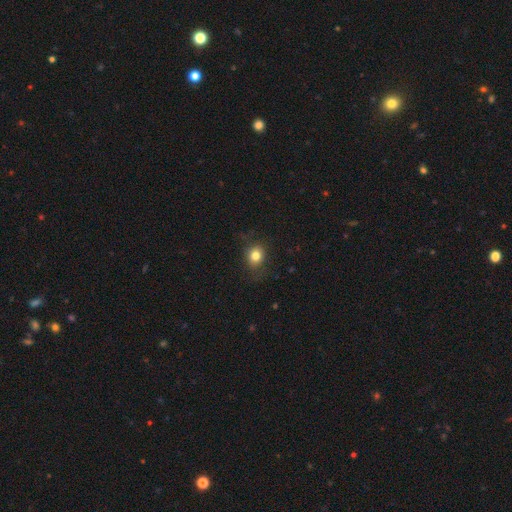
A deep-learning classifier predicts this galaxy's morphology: smooth-or-featured: smooth: 81% | star or artifact: 11% | featured or disk: 8%
  how-rounded: round: 62% | in between: 37% | cigar-shaped: 1%
  merging: none: 79% | minor disturbance: 15% | major disturbance: 5% | merger: 1%